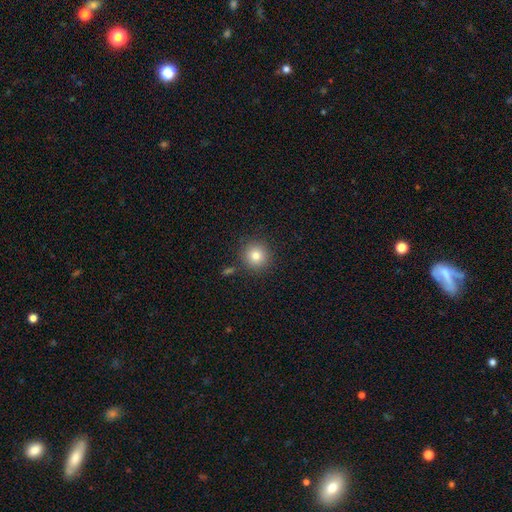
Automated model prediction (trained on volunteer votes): Morphology: type=smooth (82%); roundness=round (93%); merging=none (88%).